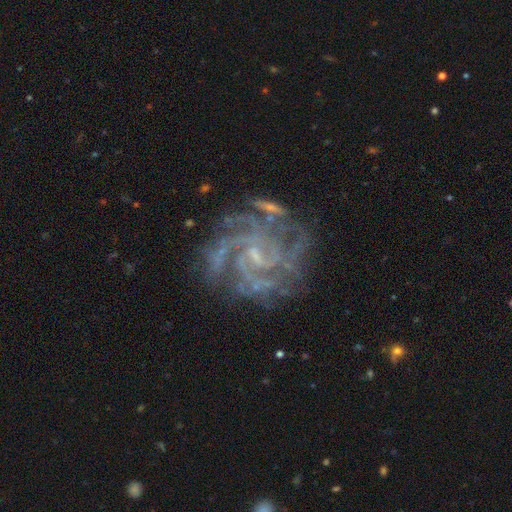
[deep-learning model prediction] The model was most divided on "bar": weak: 45%, no: 41%, strong: 14%. Remaining: edge-on disk — no (98%); spiral arms — yes (98%); smooth or featured — featured or disk (89%); merging — none (73%); bulge size — small (70%); spiral winding — tight (63%); spiral arm count — 4 (27%).